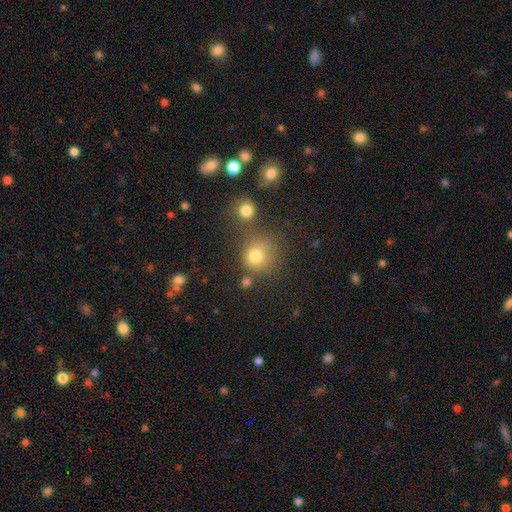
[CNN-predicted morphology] A smooth galaxy with no disk features (76%) that is round (88%).

Vote fractions:
- Smooth or featured? smooth: 76% / star or artifact: 16% / featured or disk: 8%
- How rounded? round: 88% / in between: 11% / cigar-shaped: 1%
- Merging? none: 64% / merger: 15% / minor disturbance: 14% / major disturbance: 7%